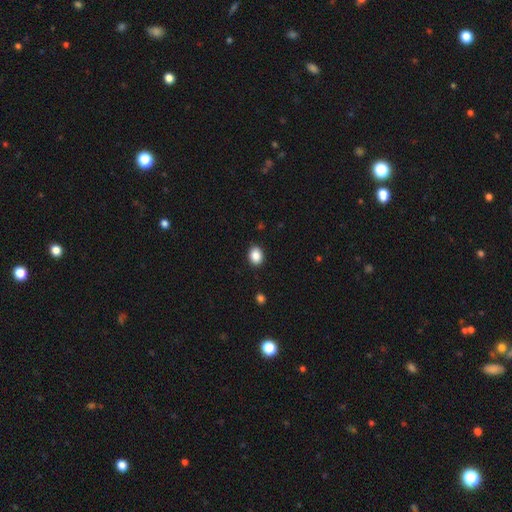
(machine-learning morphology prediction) smooth-or-featured: smooth: 87% | star or artifact: 9% | featured or disk: 4%
  how-rounded: in between: 56% | round: 43% | cigar-shaped: 1%
  merging: none: 90% | minor disturbance: 8% | major disturbance: 2% | merger: 1%